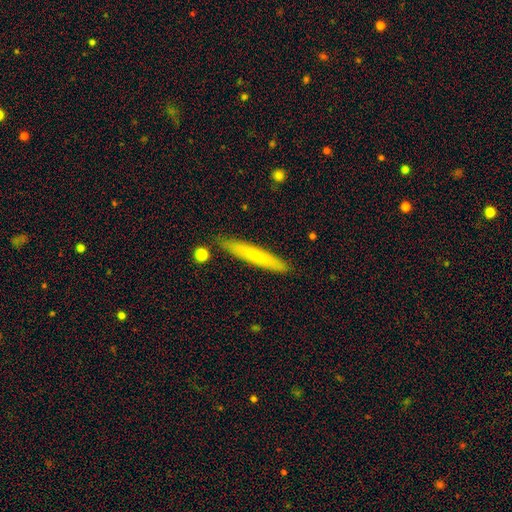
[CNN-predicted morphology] The model was most divided on "smooth or featured": smooth: 60%, featured or disk: 34%, star or artifact: 6%. More confident: how rounded — cigar-shaped (95%); merging — none (88%).